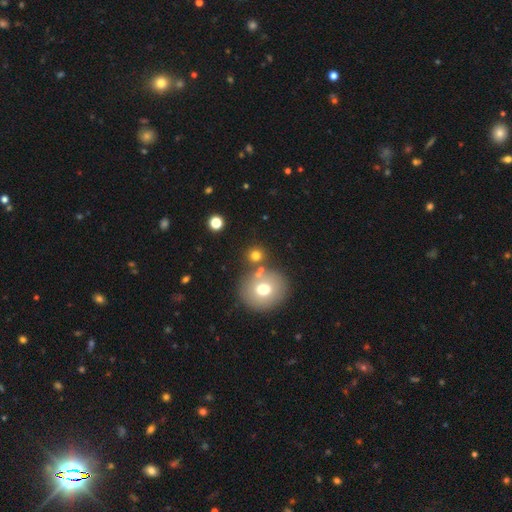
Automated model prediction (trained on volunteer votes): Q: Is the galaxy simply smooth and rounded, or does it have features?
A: smooth — 72%.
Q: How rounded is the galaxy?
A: round — 88%.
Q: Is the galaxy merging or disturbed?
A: none — 71%.